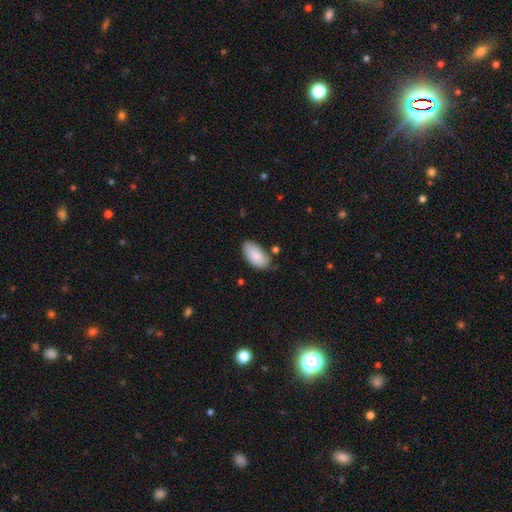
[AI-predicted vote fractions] Smooth or featured: smooth — 86% (featured or disk — 8%)
How rounded: in between — 95% (cigar-shaped — 3%)
Merging: none — 73% (minor disturbance — 20%)